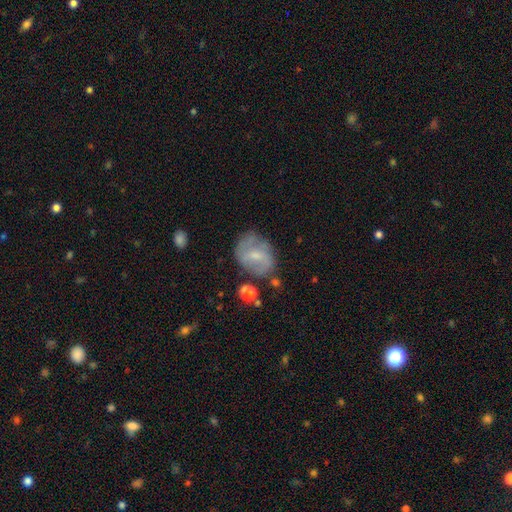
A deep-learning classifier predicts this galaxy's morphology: This appears to be a featured or disk galaxy (48%). Merging: none (58%).